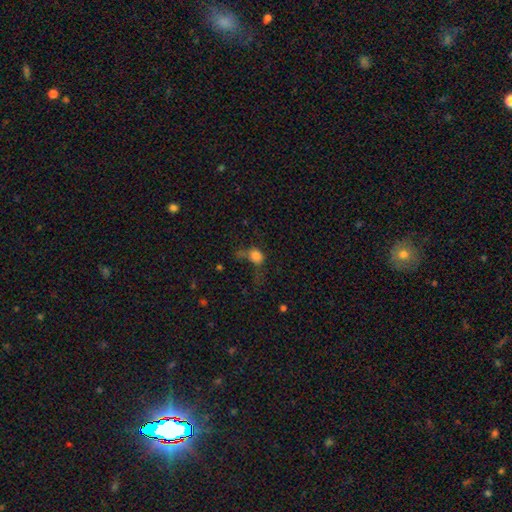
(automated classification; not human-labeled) This is likely a smooth galaxy (76%). How rounded: likely round (61%). Merging: marginally none (35%).